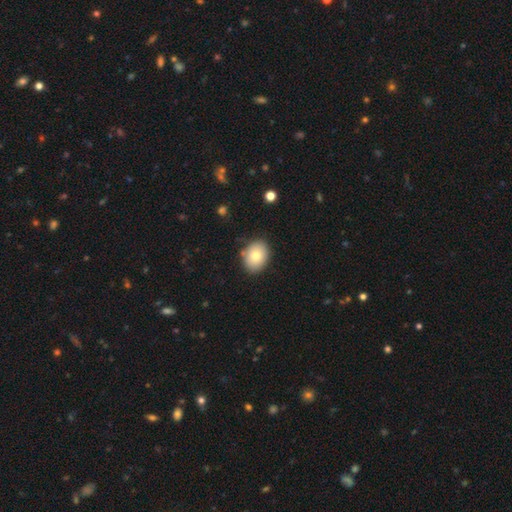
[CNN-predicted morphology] A smooth galaxy with no disk features (78%) that is in between round and cigar-shaped (63%). Merging: none (84%).